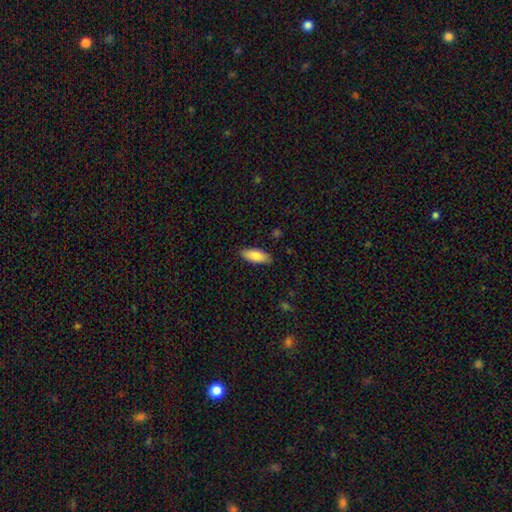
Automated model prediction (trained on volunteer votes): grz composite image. It shows a smooth galaxy with no disk features (85%) that is in between round and cigar-shaped (77%). Merging: none (87%).